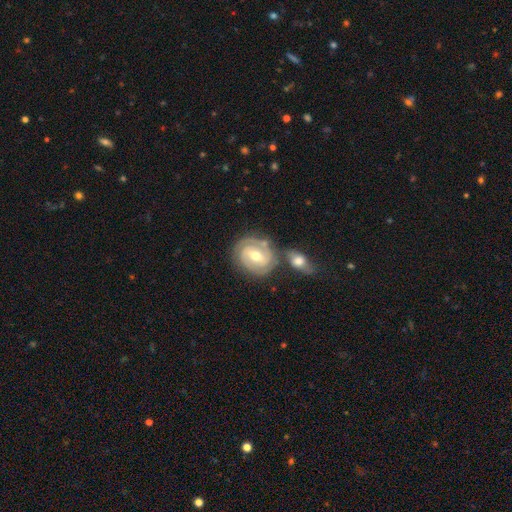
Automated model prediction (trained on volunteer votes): A featured or disk galaxy (82%) with a weak bar (49%), 2 (67%) tight (70%) spiral arms (94%) and a moderate central bulge (69%). Merging: none (60%).